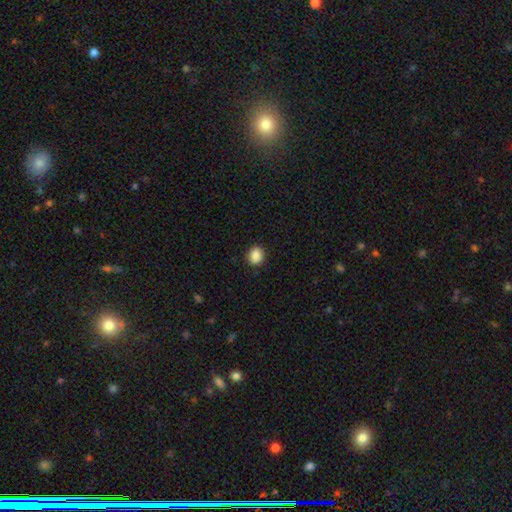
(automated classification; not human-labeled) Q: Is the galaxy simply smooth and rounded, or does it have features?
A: smooth — 88%.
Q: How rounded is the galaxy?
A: round — 65%.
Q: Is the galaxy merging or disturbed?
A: none — 90%.